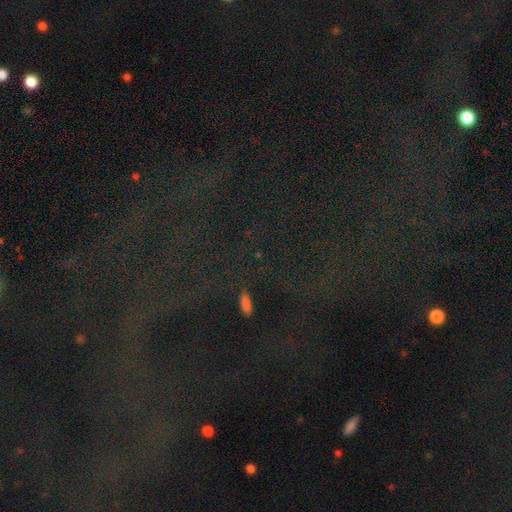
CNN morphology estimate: smooth-or-featured: star or artifact: 75% | featured or disk: 13% | smooth: 12%